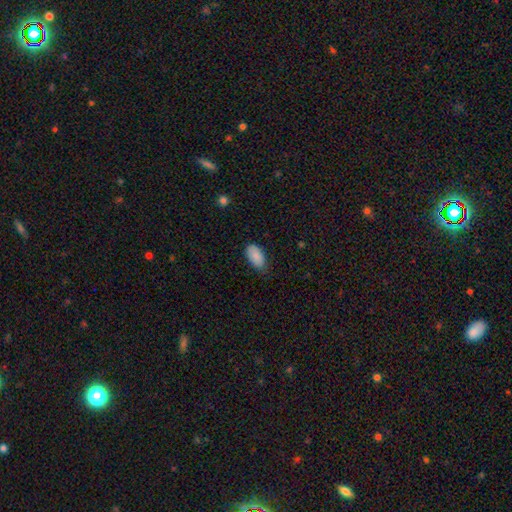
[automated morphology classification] Q: Smooth or featured?
A: smooth (88%); runner-up: star or artifact (7%)
Q: How rounded?
A: in between (95%); runner-up: round (3%)
Q: Merging?
A: none (69%); runner-up: minor disturbance (26%)